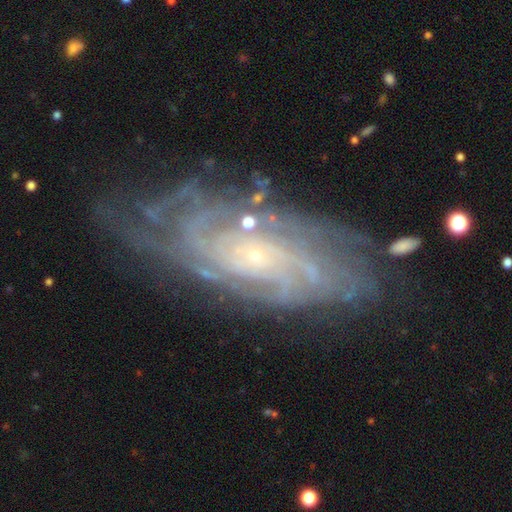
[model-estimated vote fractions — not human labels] This appears to be a featured or disk galaxy (87%) with no bar (75%), tight (75%) spiral arms (97%) and a small central bulge (85%). Merging: none (71%).